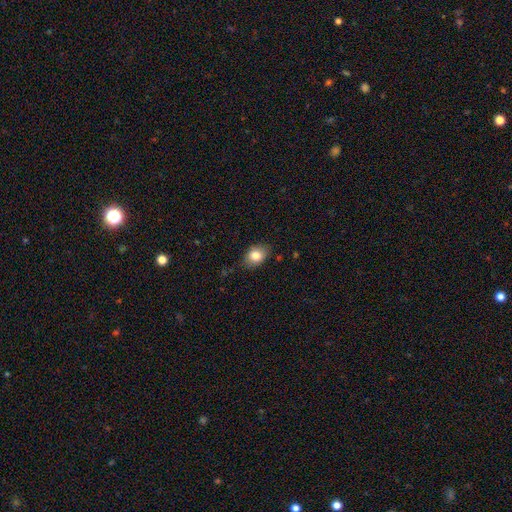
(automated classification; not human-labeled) Smooth or featured?
  - smooth: 81% *
  - featured or disk: 10%
  - star or artifact: 9%
How rounded?
  - in between: 70% *
  - round: 28%
  - cigar-shaped: 1%
Merging?
  - none: 77% *
  - minor disturbance: 18%
  - major disturbance: 4%
  - merger: 1%